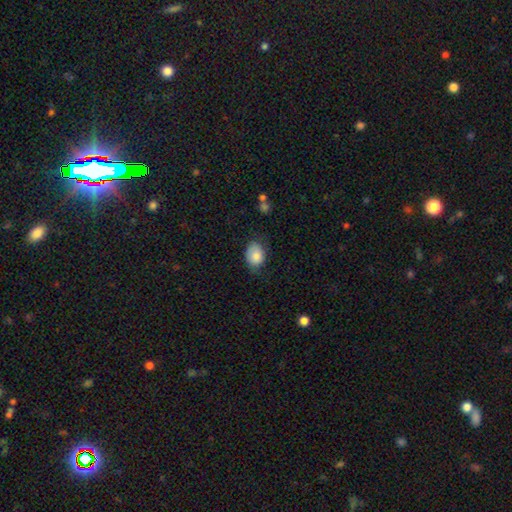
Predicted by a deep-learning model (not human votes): Smooth or featured?
  - smooth: 84% *
  - featured or disk: 8%
  - star or artifact: 7%
How rounded?
  - in between: 72% *
  - round: 27%
  - cigar-shaped: 1%
Merging?
  - none: 64% *
  - minor disturbance: 28%
  - major disturbance: 7%
  - merger: 1%